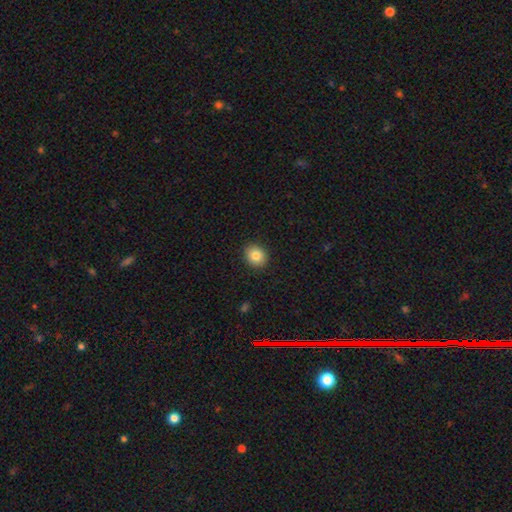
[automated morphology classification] This is clearly a smooth galaxy (83%). How rounded: likely round (71%). Merging: clearly none (91%).